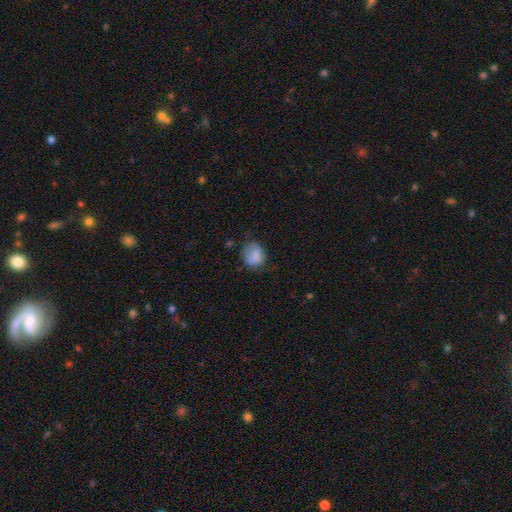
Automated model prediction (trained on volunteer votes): Smooth or featured: smooth — 81% (featured or disk — 10%)
How rounded: round — 59% (in between — 40%)
Merging: none — 56% (minor disturbance — 30%)